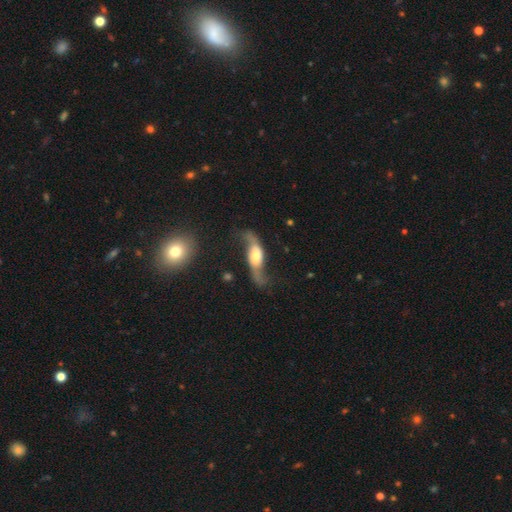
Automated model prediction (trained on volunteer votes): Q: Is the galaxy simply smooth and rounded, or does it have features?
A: featured or disk — 78%.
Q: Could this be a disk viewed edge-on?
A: no — 84%.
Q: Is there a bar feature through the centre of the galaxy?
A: no — 55%.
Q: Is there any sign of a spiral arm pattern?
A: yes — 92%.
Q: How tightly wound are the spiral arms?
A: loose — 86%.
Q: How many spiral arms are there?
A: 2 — 92%.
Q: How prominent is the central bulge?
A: moderate — 55%.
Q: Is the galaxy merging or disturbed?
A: none — 60%.